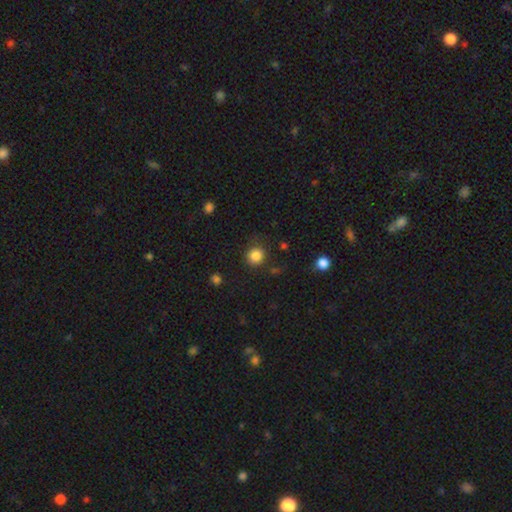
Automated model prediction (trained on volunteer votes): smooth_or_featured: smooth (p=0.85) [alt: star or artifact p=0.11]
how_rounded: round (p=0.89) [alt: in between p=0.10]
merging: none (p=0.82) [alt: minor disturbance p=0.11]